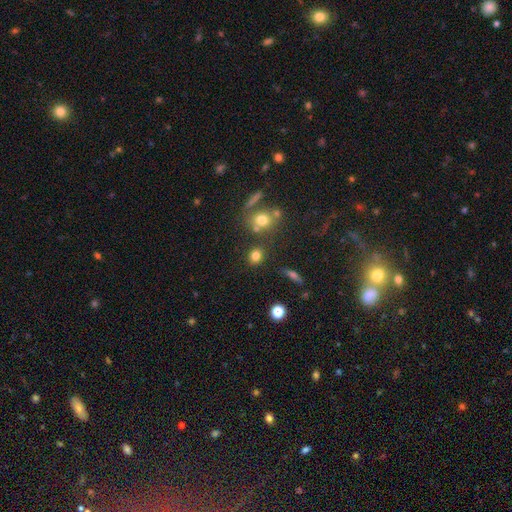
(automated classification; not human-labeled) Smooth or featured? smooth (78%)
How rounded? round (67%)
Merging? none (76%)